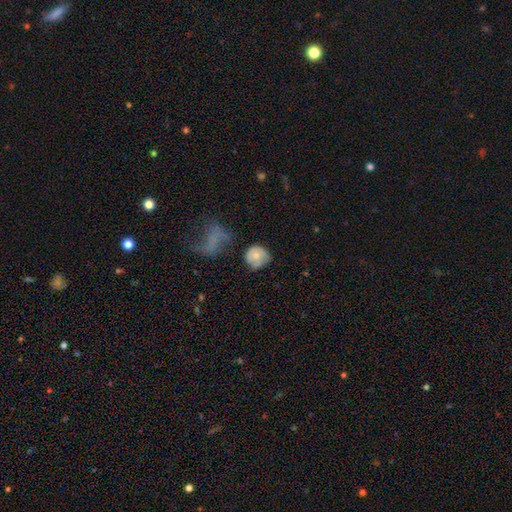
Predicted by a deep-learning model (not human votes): Q: Smooth or featured?
A: smooth (73%); runner-up: featured or disk (19%)
Q: How rounded?
A: round (81%); runner-up: in between (18%)
Q: Merging?
A: none (52%); runner-up: minor disturbance (30%)